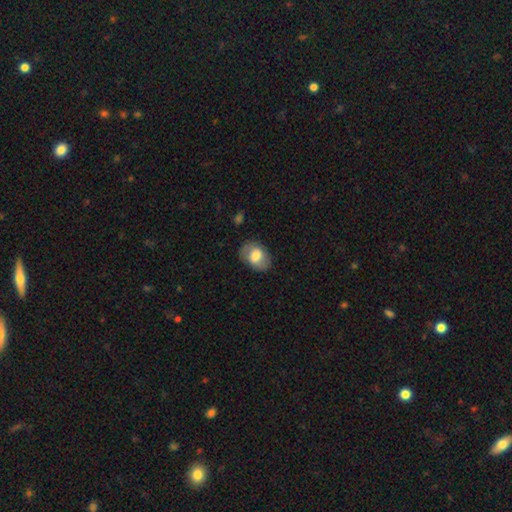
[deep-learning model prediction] A smooth galaxy with no disk features (70%) that is in between round and cigar-shaped (77%).

Vote fractions:
- Smooth or featured? smooth: 70% / featured or disk: 23% / star or artifact: 7%
- How rounded? in between: 77% / round: 22% / cigar-shaped: 1%
- Merging? none: 77% / minor disturbance: 17% / major disturbance: 5% / merger: 1%